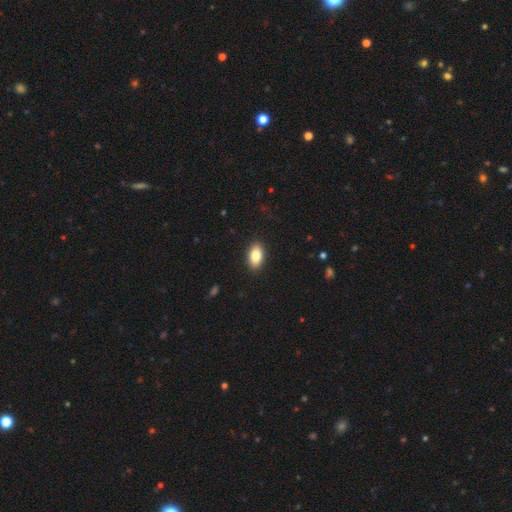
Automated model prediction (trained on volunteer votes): Smooth or featured: smooth — 84% (featured or disk — 9%)
How rounded: in between — 92% (round — 5%)
Merging: none — 90% (minor disturbance — 7%)